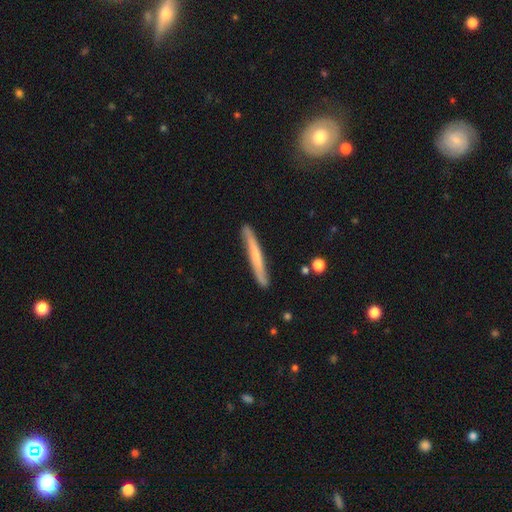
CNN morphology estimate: smooth 49%, featured or disk 45%, star or artifact 6%. Down the decision tree: merging — none (86%).